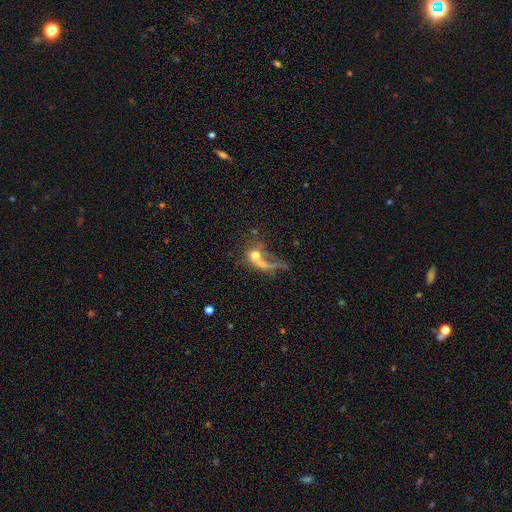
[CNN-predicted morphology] Smooth or featured? smooth (47%)
Merging? major disturbance (35%)